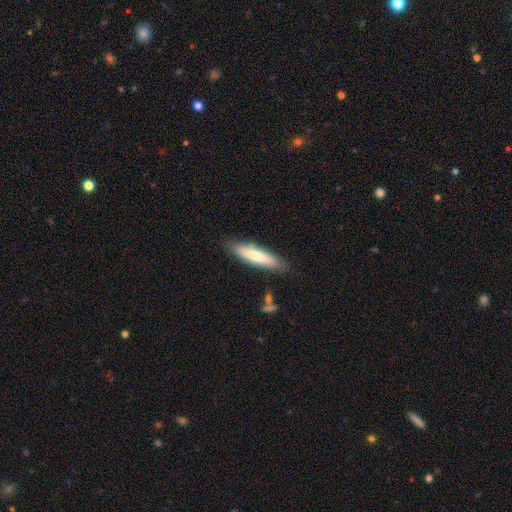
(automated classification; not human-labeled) Q: Smooth or featured?
A: smooth (67%); runner-up: featured or disk (27%)
Q: How rounded?
A: cigar-shaped (75%); runner-up: in between (24%)
Q: Merging?
A: none (83%); runner-up: minor disturbance (12%)